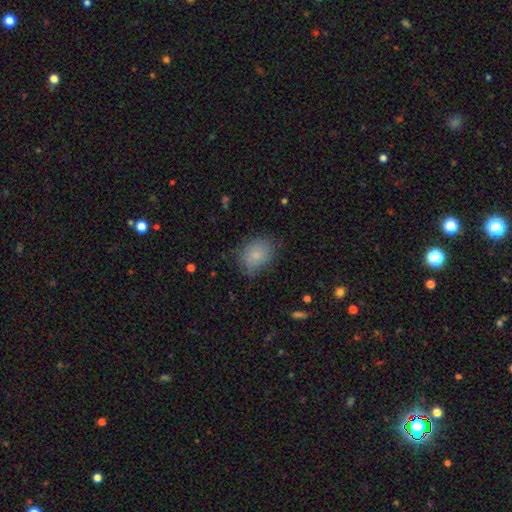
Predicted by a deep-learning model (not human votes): Q: Smooth or featured?
A: smooth (81%); runner-up: featured or disk (11%)
Q: How rounded?
A: in between (62%); runner-up: round (37%)
Q: Merging?
A: none (70%); runner-up: minor disturbance (23%)